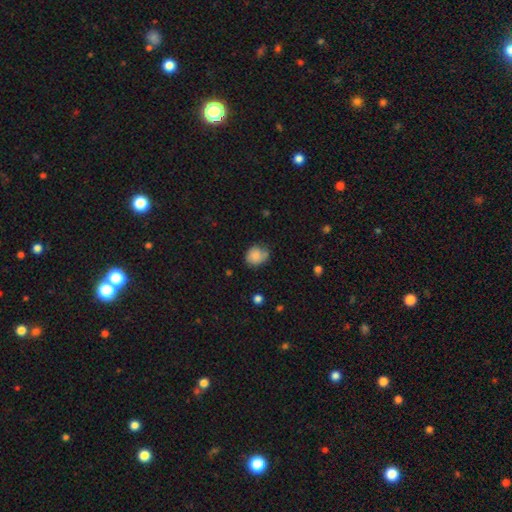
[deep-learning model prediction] smooth_or_featured: smooth (p=0.76) [alt: featured or disk p=0.15]
how_rounded: round (p=0.65) [alt: in between p=0.34]
merging: none (p=0.56) [alt: minor disturbance p=0.30]